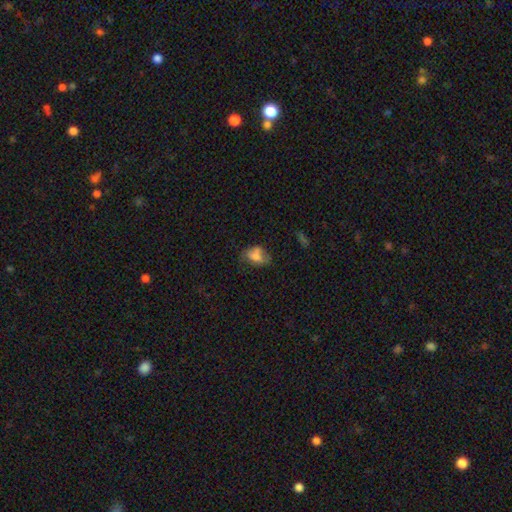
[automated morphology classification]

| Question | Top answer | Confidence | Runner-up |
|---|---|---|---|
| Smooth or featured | smooth | 69% | featured or disk (21%) |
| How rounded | in between | 77% | round (21%) |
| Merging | none | 40% | minor disturbance (33%) |